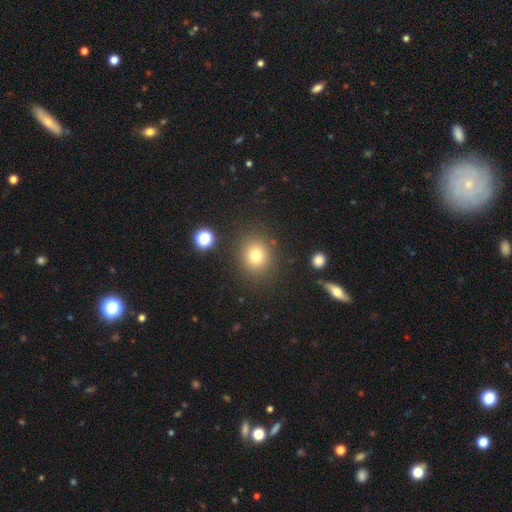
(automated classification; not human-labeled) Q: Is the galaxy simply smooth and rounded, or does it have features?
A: smooth — 76%.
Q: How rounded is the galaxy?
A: round — 79%.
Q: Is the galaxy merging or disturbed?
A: none — 85%.